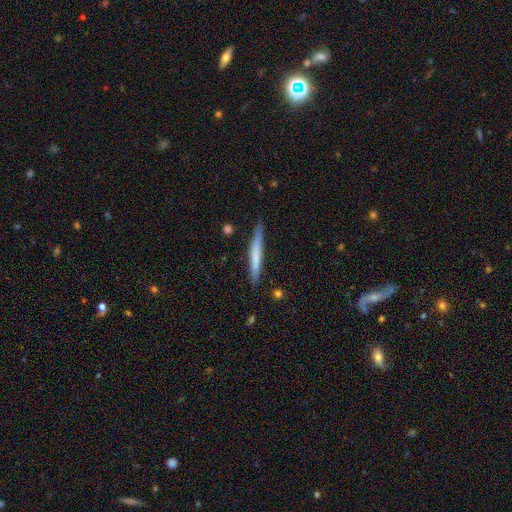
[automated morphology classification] Smooth or featured? Predicted: smooth (p=0.62). How rounded? Predicted: cigar-shaped (p=0.96). Merging? Predicted: none (p=0.85).